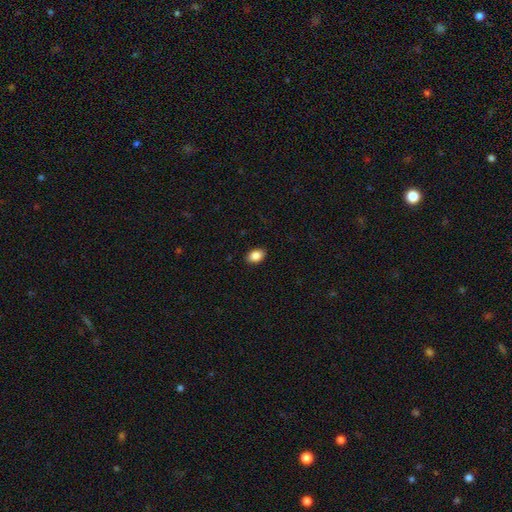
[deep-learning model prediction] This is clearly a smooth galaxy (87%). How rounded: clearly in between (83%). Merging: clearly none (90%).